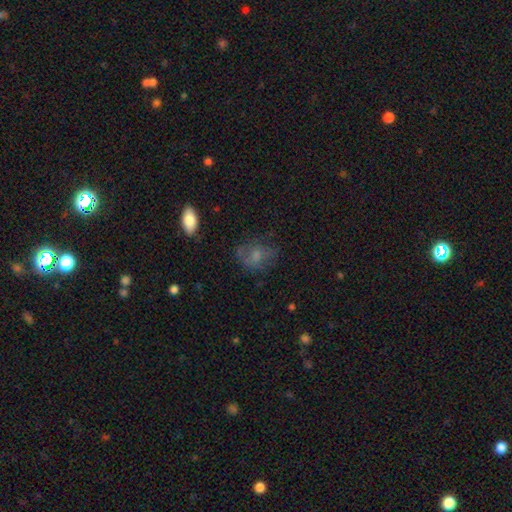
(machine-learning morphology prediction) This appears to be a smooth galaxy with no disk features (54%) that is in between round and cigar-shaped (59%). Merging: none (51%).